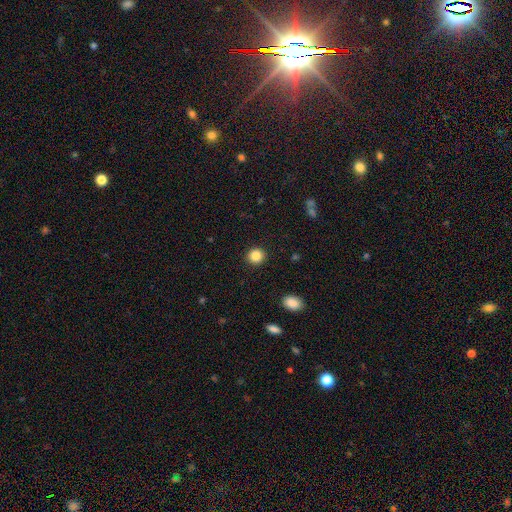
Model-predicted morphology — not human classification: smooth-or-featured: smooth: 86% | star or artifact: 10% | featured or disk: 4%
  how-rounded: round: 91% | in between: 8% | cigar-shaped: 1%
  merging: none: 92% | minor disturbance: 5% | major disturbance: 2% | merger: 1%